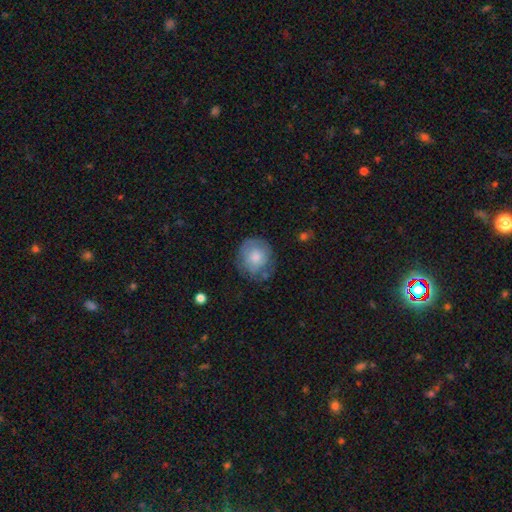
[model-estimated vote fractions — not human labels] A smooth galaxy with no disk features (63%) that is round (83%).

Vote fractions:
- Smooth or featured? smooth: 63% / featured or disk: 29% / star or artifact: 8%
- How rounded? round: 83% / in between: 16% / cigar-shaped: 1%
- Merging? none: 68% / minor disturbance: 23% / major disturbance: 7% / merger: 2%